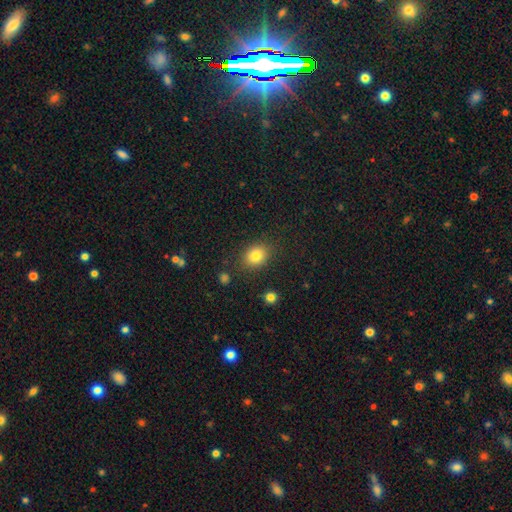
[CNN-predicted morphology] Smooth or featured?
  - smooth: 83% *
  - star or artifact: 10%
  - featured or disk: 7%
How rounded?
  - in between: 55% *
  - round: 44%
  - cigar-shaped: 1%
Merging?
  - none: 83% *
  - minor disturbance: 11%
  - major disturbance: 4%
  - merger: 2%